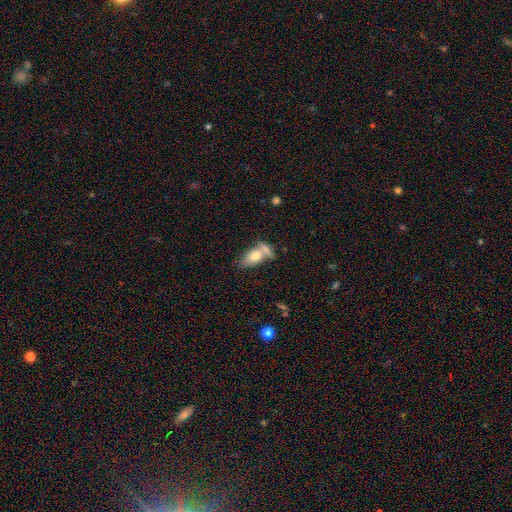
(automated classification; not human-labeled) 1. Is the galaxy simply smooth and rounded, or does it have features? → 72% smooth, 21% featured or disk, 7% star or artifact.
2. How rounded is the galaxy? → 83% in between, 9% cigar-shaped, 7% round.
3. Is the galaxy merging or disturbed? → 41% merger, 38% none, 14% minor disturbance, 7% major disturbance.